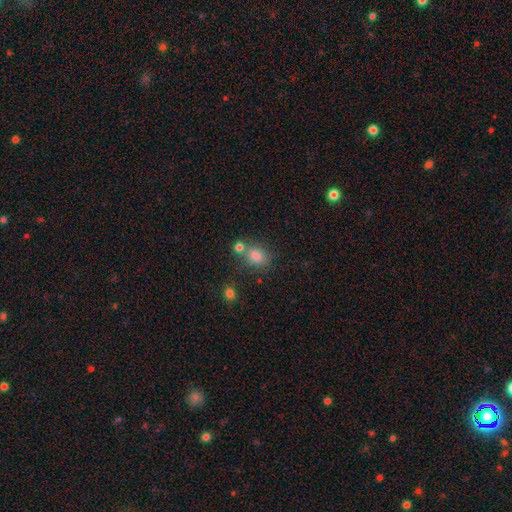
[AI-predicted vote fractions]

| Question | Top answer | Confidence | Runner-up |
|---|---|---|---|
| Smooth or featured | smooth | 80% | star or artifact (12%) |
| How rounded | round | 55% | in between (44%) |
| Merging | none | 60% | merger (24%) |